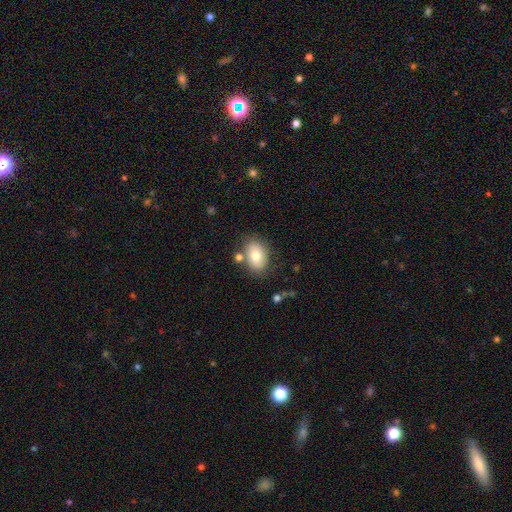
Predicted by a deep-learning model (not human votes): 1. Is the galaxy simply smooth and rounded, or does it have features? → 79% smooth, 14% featured or disk, 8% star or artifact.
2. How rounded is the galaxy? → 82% in between, 17% round, 1% cigar-shaped.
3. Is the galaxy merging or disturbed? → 73% none, 14% minor disturbance, 8% merger, 4% major disturbance.